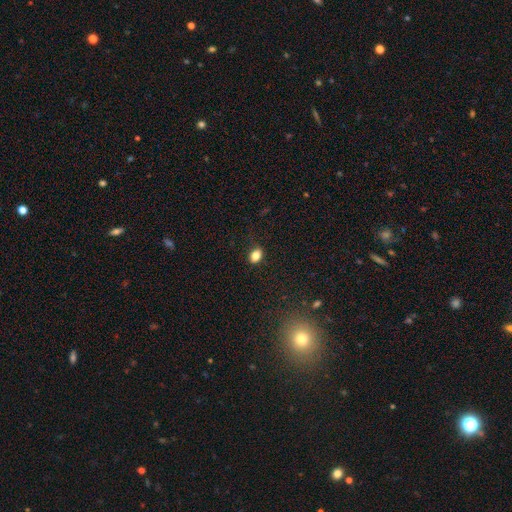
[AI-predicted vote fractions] Smooth or featured?
  - smooth: 83% *
  - star or artifact: 10%
  - featured or disk: 7%
How rounded?
  - in between: 75% *
  - round: 24%
  - cigar-shaped: 2%
Merging?
  - none: 79% *
  - minor disturbance: 15%
  - major disturbance: 4%
  - merger: 1%